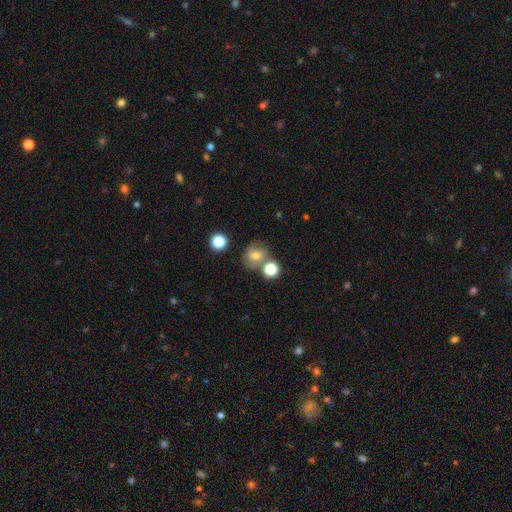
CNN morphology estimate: Smooth or featured: smooth — 64% (featured or disk — 21%)
How rounded: round — 77% (in between — 22%)
Merging: none — 60% (merger — 20%)